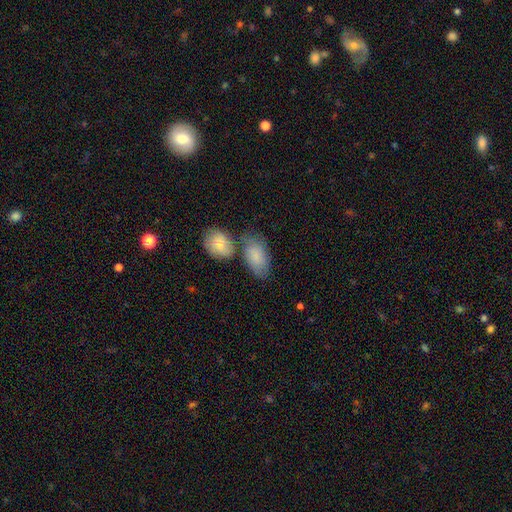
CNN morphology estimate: type=smooth (81%); roundness=in between (91%); merging=none (42%).